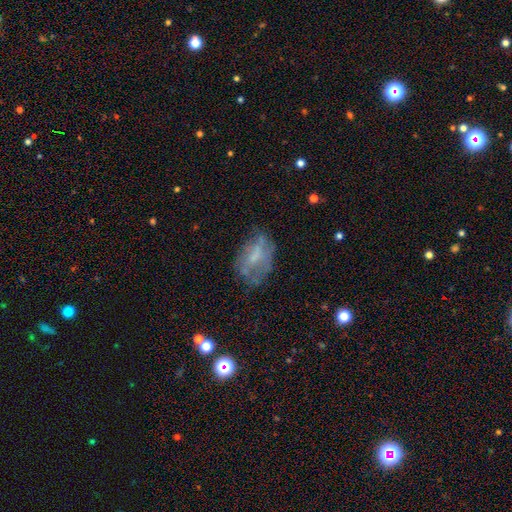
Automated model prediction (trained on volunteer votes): featured or disk 51%, smooth 38%, star or artifact 11%. Down the decision tree: edge-on disk — no (95%); merging — none (51%).